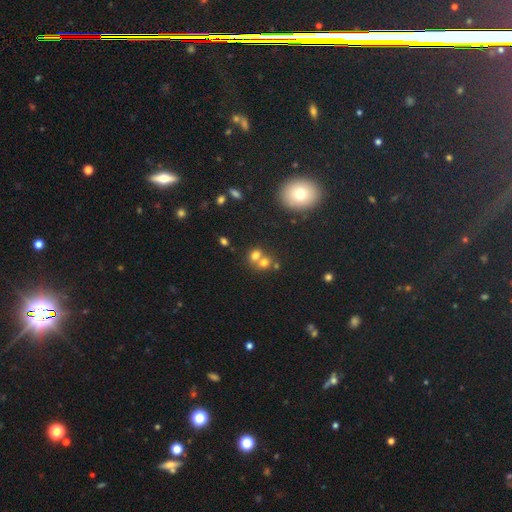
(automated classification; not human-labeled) Smooth or featured: smooth — 69% (star or artifact — 16%)
How rounded: round — 65% (in between — 34%)
Merging: merger — 57% (none — 33%)